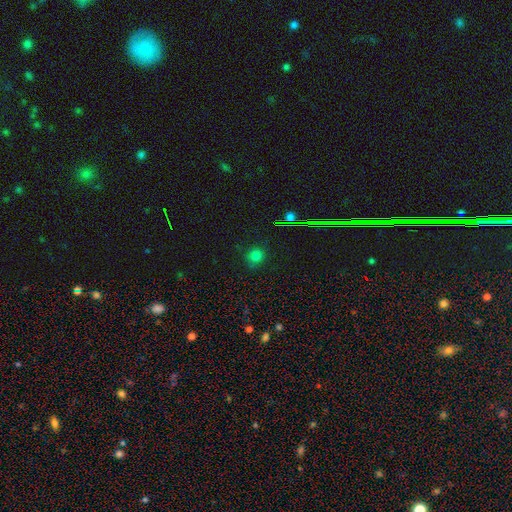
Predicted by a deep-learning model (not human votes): A smooth galaxy with no disk features (74%) that is round (85%). Merging: none (83%).